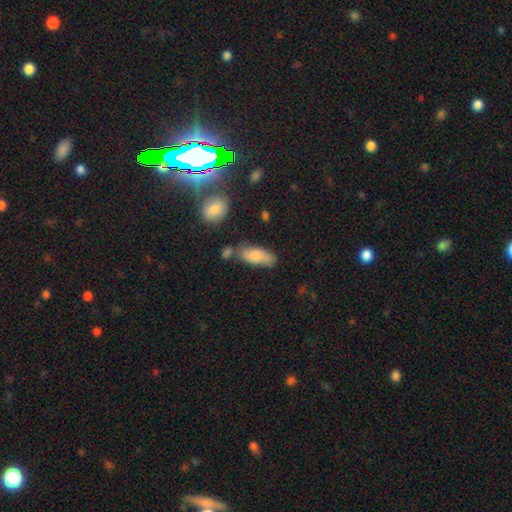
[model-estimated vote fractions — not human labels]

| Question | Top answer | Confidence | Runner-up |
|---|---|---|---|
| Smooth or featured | smooth | 73% | featured or disk (20%) |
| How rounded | in between | 82% | cigar-shaped (15%) |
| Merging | none | 56% | minor disturbance (24%) |